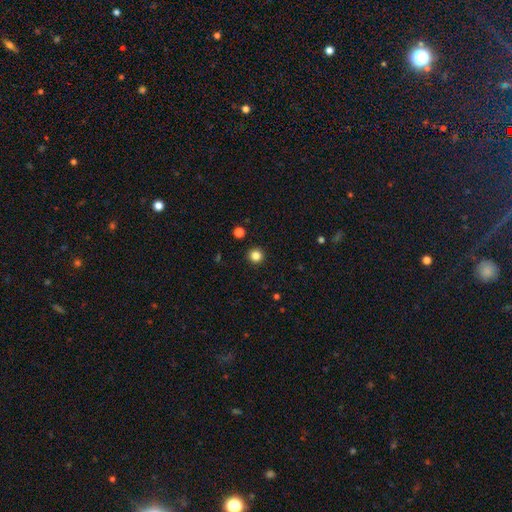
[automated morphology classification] Smooth or featured? Predicted: smooth (p=0.83). How rounded? Predicted: round (p=0.96). Merging? Predicted: none (p=0.93).